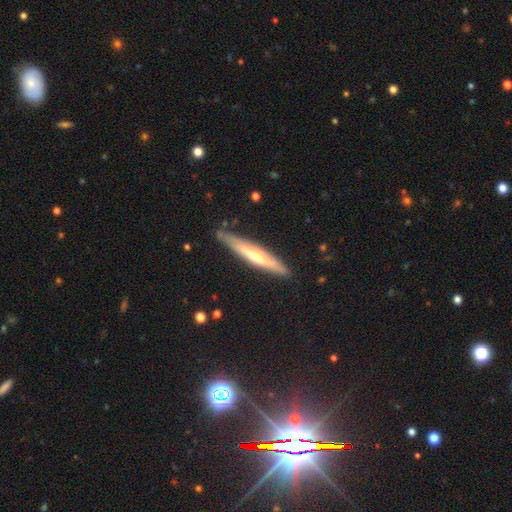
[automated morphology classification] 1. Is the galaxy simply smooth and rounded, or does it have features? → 52% featured or disk, 43% smooth, 6% star or artifact.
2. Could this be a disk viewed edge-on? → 91% yes, 9% no.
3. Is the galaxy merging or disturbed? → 86% none, 11% minor disturbance, 2% major disturbance, 2% merger.